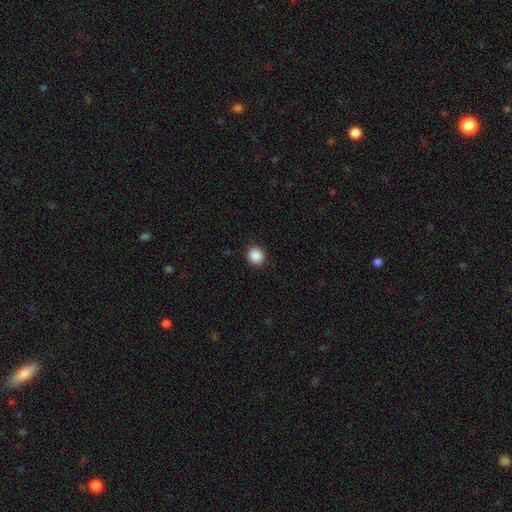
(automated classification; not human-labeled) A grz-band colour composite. It shows a smooth galaxy with no disk features (89%) that is round (81%). Merging: none (91%).